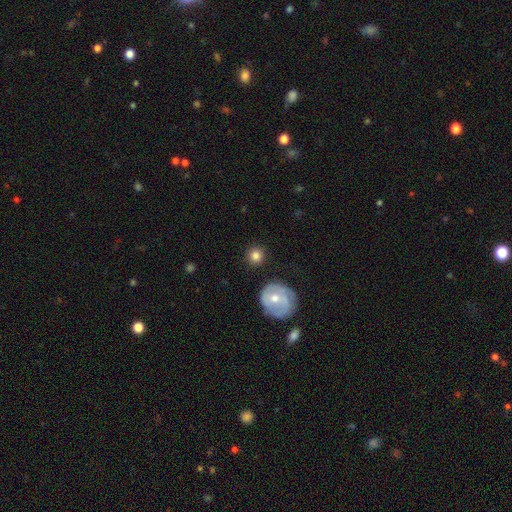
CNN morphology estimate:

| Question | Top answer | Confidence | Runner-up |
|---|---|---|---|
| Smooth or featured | smooth | 81% | featured or disk (11%) |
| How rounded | round | 92% | in between (7%) |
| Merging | none | 87% | minor disturbance (8%) |